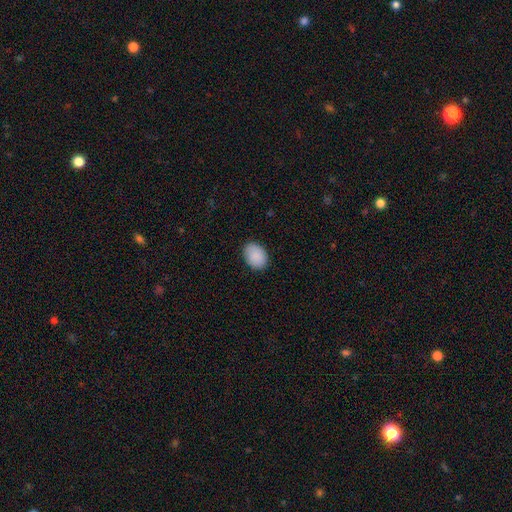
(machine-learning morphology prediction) Overall: smooth (90%). How rounded: in between (71%). Merging: none (85%).